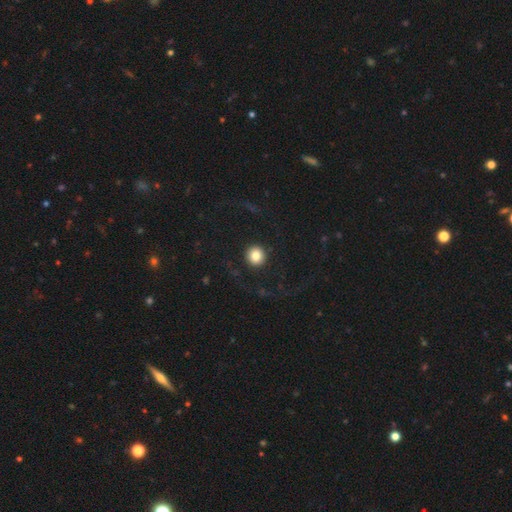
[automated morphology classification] smooth 83%, star or artifact 10%, featured or disk 8%. Down the decision tree: how rounded — round (95%); merging — none (90%).